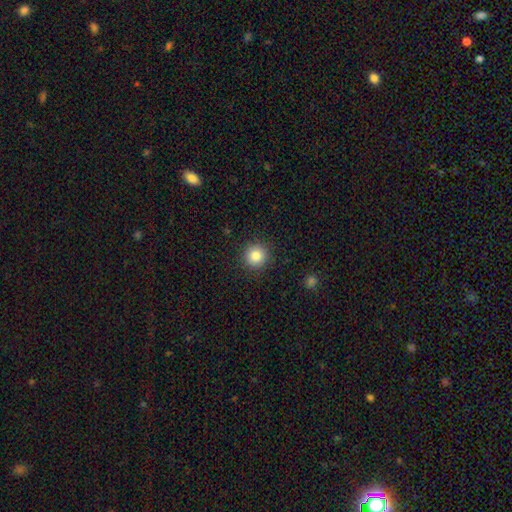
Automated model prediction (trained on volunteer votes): A smooth galaxy with no disk features (84%) that is round (93%). Merging: none (90%).